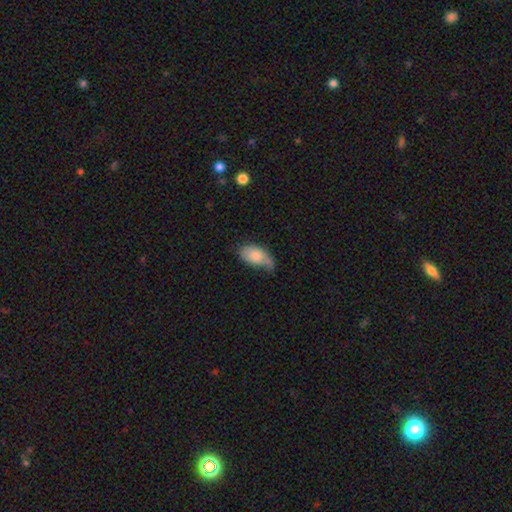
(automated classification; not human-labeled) This appears to be a smooth galaxy with no disk features (72%) that is in between round and cigar-shaped (92%). Merging: minor disturbance (41%).